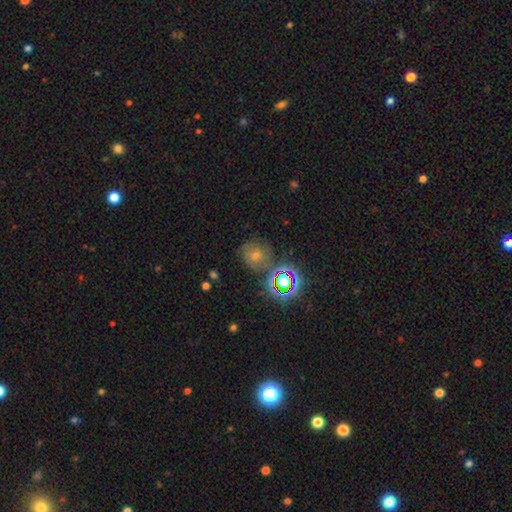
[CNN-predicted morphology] smooth 46%, star or artifact 27%, featured or disk 27%. Down the decision tree: merging — none (66%).